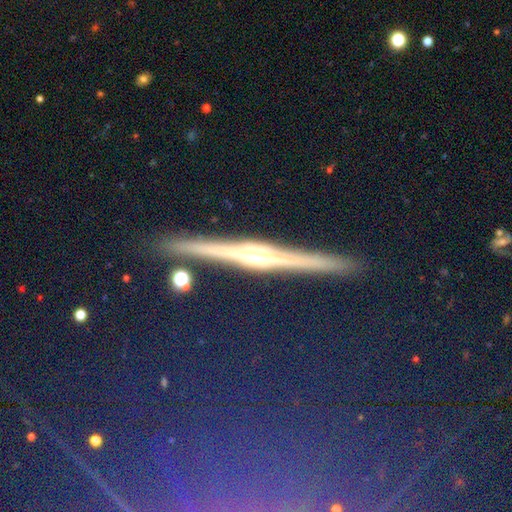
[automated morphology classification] This is likely a featured or disk galaxy (70%). It is clearly viewed edge-on (95%). Edge-on bulge: likely rounded (71%). Merging: clearly none (88%).